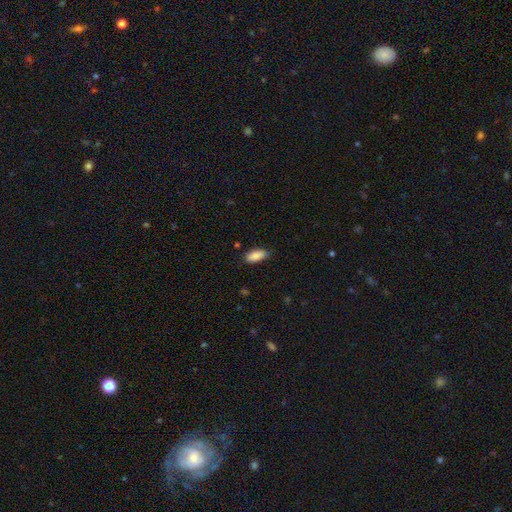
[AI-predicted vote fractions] This is clearly a smooth galaxy (88%). How rounded: clearly in between (88%). Merging: likely none (79%).